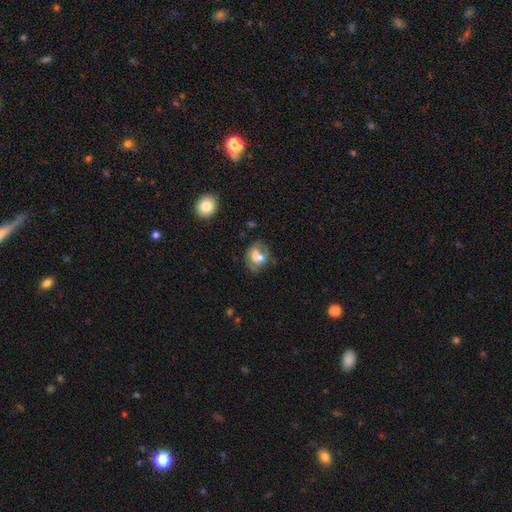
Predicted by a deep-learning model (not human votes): This appears to be a smooth galaxy with no disk features (49%). Merging: none (37%).